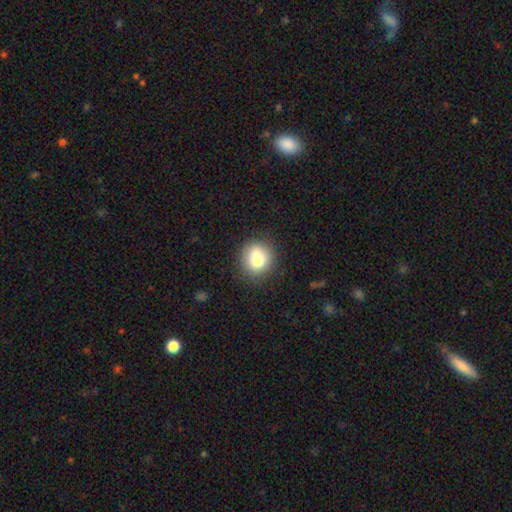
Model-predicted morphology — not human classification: A smooth galaxy with no disk features (76%) that is round (80%).

Vote fractions:
- Smooth or featured? smooth: 76% / featured or disk: 13% / star or artifact: 10%
- How rounded? round: 80% / in between: 19% / cigar-shaped: 1%
- Merging? none: 70% / minor disturbance: 16% / merger: 9% / major disturbance: 5%